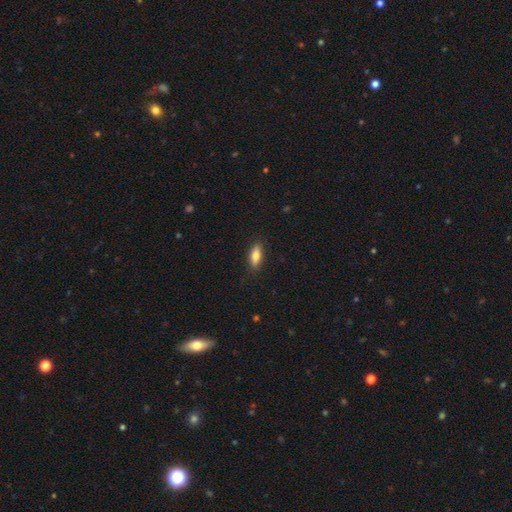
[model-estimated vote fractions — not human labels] This is likely a smooth galaxy (80%). How rounded: likely in between (76%). Merging: clearly none (87%).